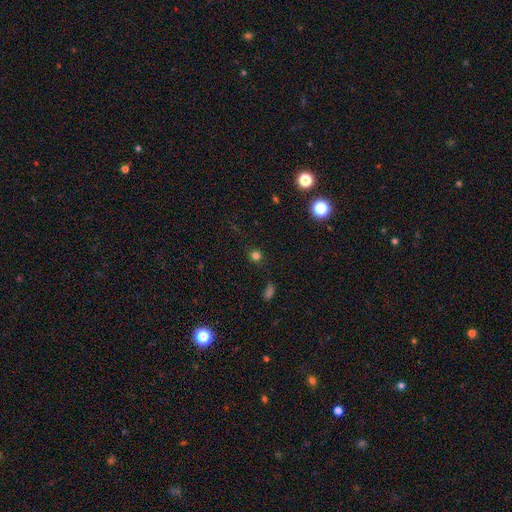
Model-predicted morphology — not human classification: This is likely a smooth galaxy (74%). How rounded: clearly round (85%). Merging: clearly none (85%).